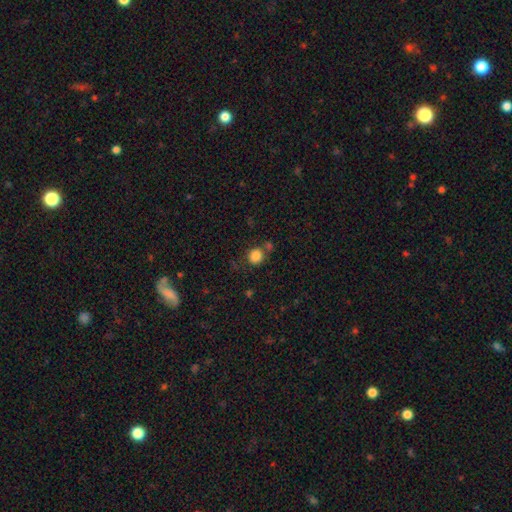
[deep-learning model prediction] smooth 85%, star or artifact 11%, featured or disk 5%. Down the decision tree: how rounded — round (85%); merging — none (70%).